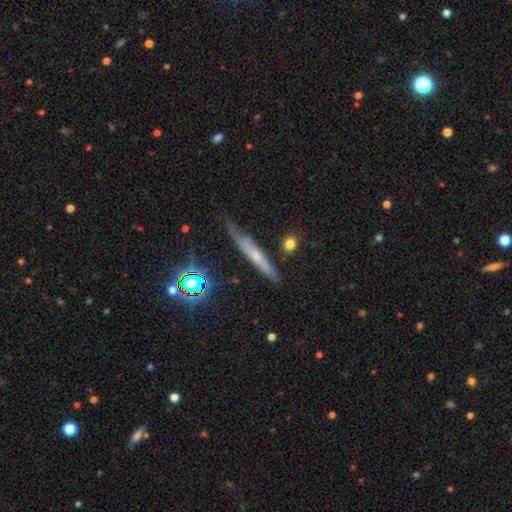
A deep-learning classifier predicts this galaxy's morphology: Smooth or featured? Predicted: featured or disk (p=0.46). Merging? Predicted: none (p=0.67).